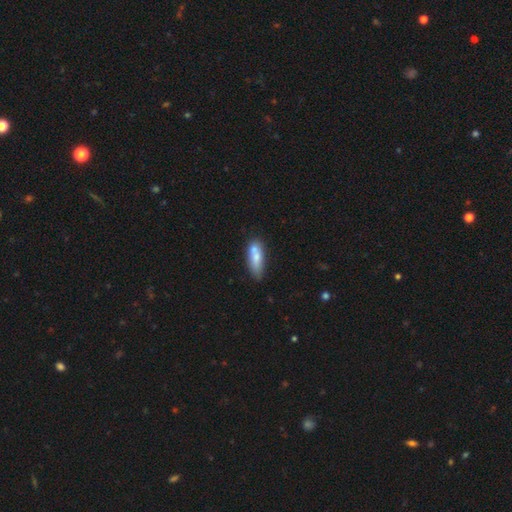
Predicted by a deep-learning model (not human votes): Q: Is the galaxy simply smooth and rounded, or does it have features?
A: smooth — 69%.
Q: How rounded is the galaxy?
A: in between — 60%.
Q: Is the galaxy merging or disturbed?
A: none — 47%.